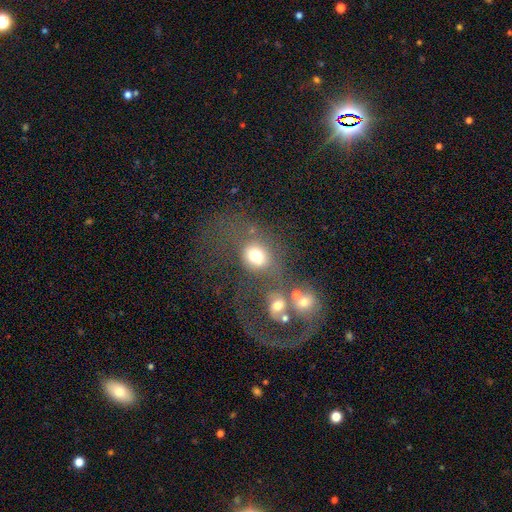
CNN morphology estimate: Smooth or featured? smooth (70%)
How rounded? round (57%)
Merging? none (38%)